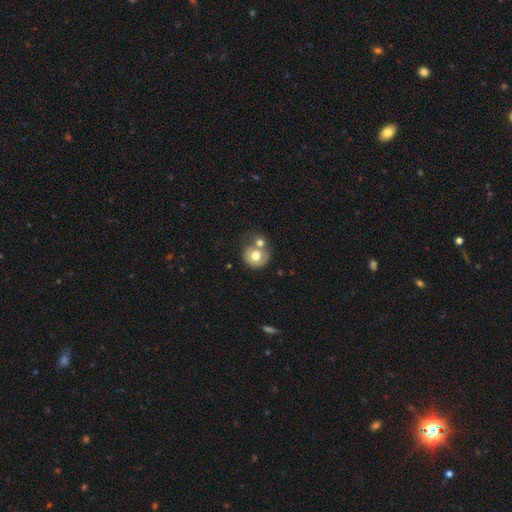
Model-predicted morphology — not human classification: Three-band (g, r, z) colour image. It shows a smooth galaxy with no disk features (68%) that is round (85%). Merging: merger (43%).